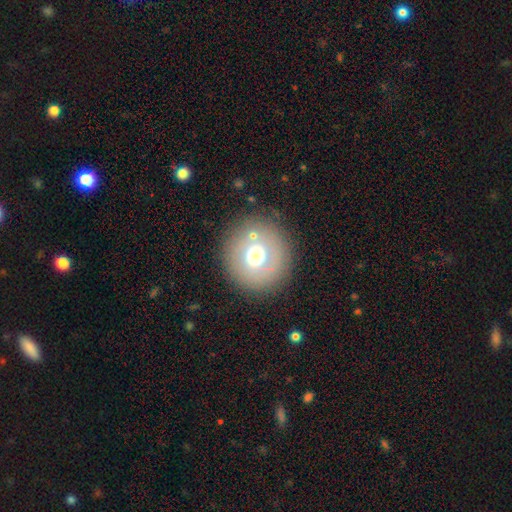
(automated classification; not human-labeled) Overall: smooth (64%). How rounded: round (94%). Merging: none (84%).